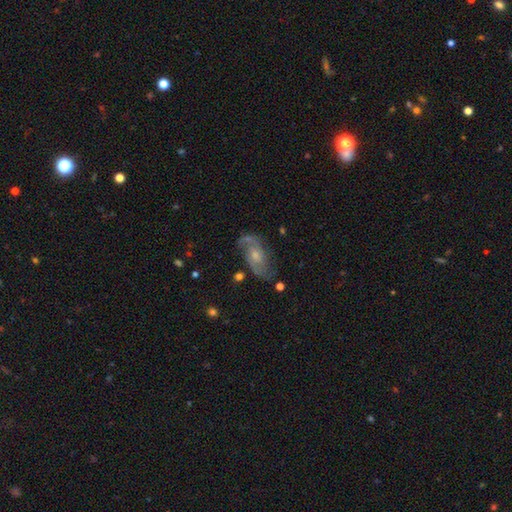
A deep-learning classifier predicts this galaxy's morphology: type=featured or disk (77%); edge-on=no (95%); bar=no (65%); spiral arms=yes (92%); winding=medium (47%); arm count=2 (84%); bulge=small (49%); merging=none (67%).